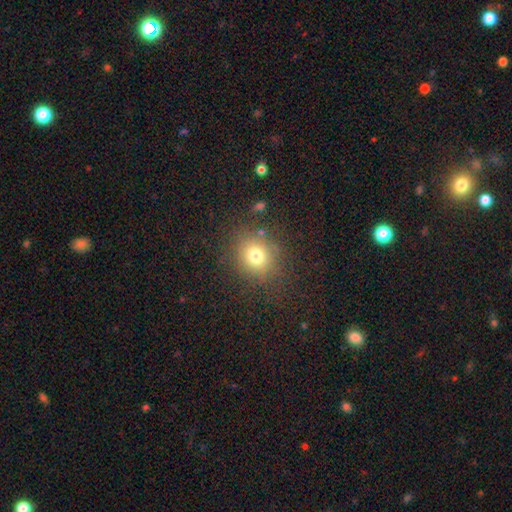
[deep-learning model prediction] Smooth or featured? smooth (75%)
How rounded? round (78%)
Merging? none (81%)